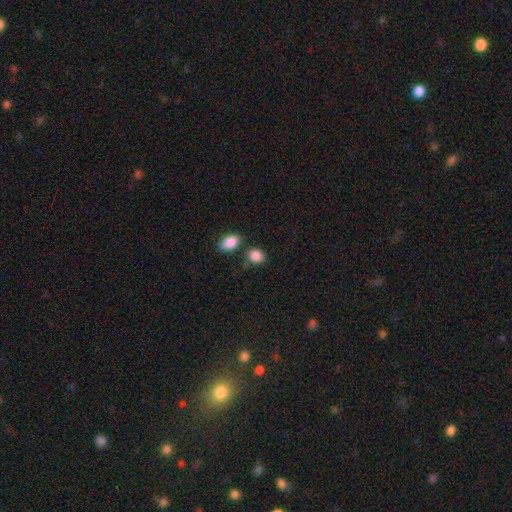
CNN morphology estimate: A smooth galaxy with no disk features (88%) that is round (54%). Merging: none (67%).